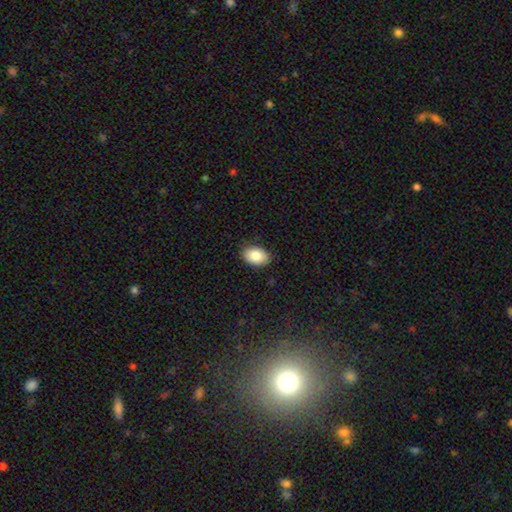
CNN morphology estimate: Overall: smooth (84%). How rounded: in between (86%). Merging: none (87%).